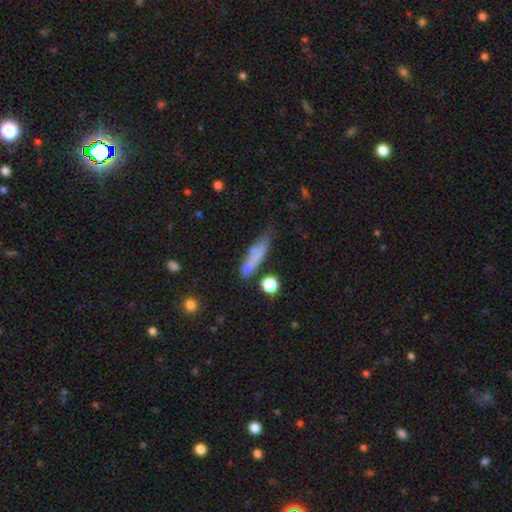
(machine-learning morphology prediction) Smooth or featured?
  - smooth: 71% *
  - featured or disk: 20%
  - star or artifact: 9%
How rounded?
  - cigar-shaped: 76% *
  - in between: 20%
  - round: 4%
Merging?
  - none: 54% *
  - minor disturbance: 28%
  - major disturbance: 10%
  - merger: 8%